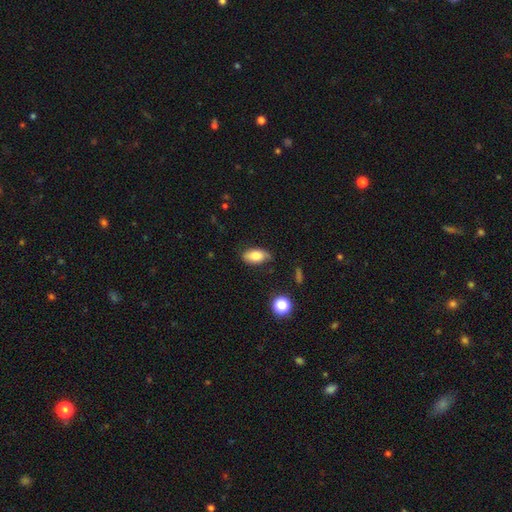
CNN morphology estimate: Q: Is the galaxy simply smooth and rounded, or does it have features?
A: smooth — 77%.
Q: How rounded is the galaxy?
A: in between — 91%.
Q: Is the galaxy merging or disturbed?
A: none — 73%.